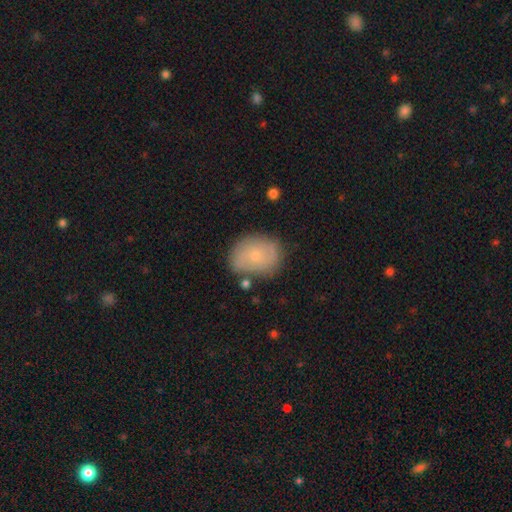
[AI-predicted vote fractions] smooth_or_featured: smooth (p=0.59) [alt: featured or disk p=0.33]
how_rounded: in between (p=0.60) [alt: round p=0.39]
merging: none (p=0.72) [alt: minor disturbance p=0.19]